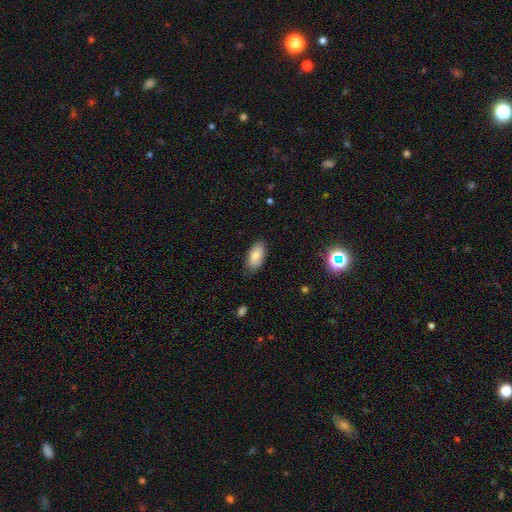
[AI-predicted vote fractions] A smooth galaxy with no disk features (77%) that is in between round and cigar-shaped (94%).

Vote fractions:
- Smooth or featured? smooth: 77% / featured or disk: 16% / star or artifact: 7%
- How rounded? in between: 94% / cigar-shaped: 3% / round: 3%
- Merging? none: 80% / minor disturbance: 17% / major disturbance: 3% / merger: 1%